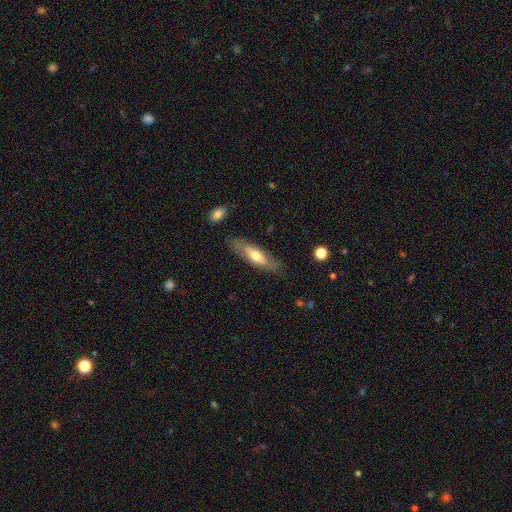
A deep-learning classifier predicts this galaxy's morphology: Smooth or featured?
  - smooth: 52% *
  - featured or disk: 43%
  - star or artifact: 6%
How rounded?
  - cigar-shaped: 57% *
  - in between: 41%
  - round: 2%
Merging?
  - none: 81% *
  - minor disturbance: 13%
  - major disturbance: 4%
  - merger: 2%